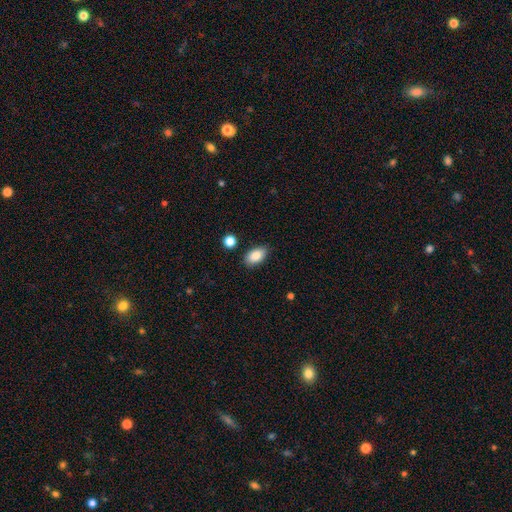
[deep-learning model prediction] A smooth galaxy with no disk features (86%) that is in between round and cigar-shaped (92%).

Vote fractions:
- Smooth or featured? smooth: 86% / star or artifact: 8% / featured or disk: 7%
- How rounded? in between: 92% / round: 6% / cigar-shaped: 2%
- Merging? none: 85% / minor disturbance: 11% / major disturbance: 2% / merger: 2%